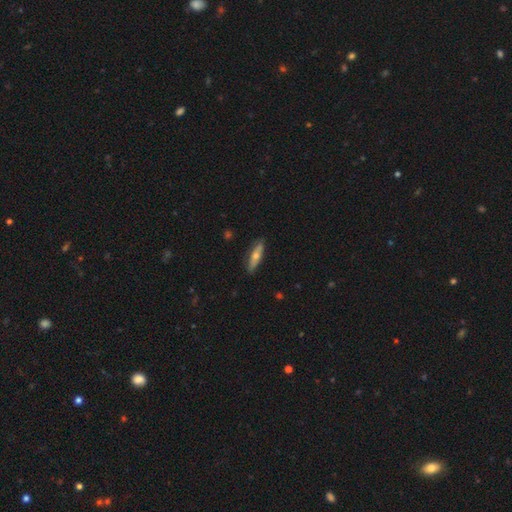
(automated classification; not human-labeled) Q: Smooth or featured?
A: smooth (47%); runner-up: featured or disk (46%)
Q: Merging?
A: none (86%); runner-up: minor disturbance (11%)